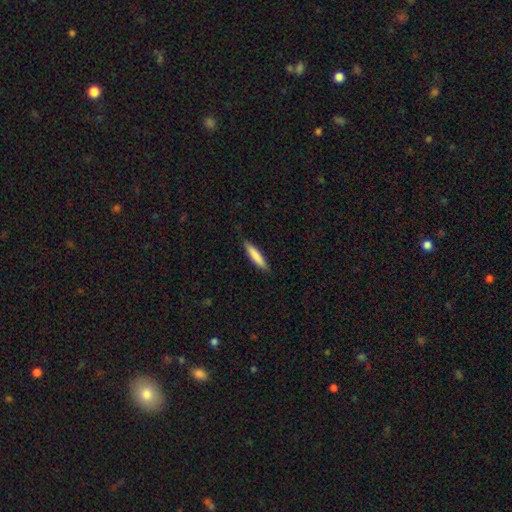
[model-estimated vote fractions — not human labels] A smooth galaxy with no disk features (84%) that is cigar-shaped (82%).

Vote fractions:
- Smooth or featured? smooth: 84% / featured or disk: 11% / star or artifact: 5%
- How rounded? cigar-shaped: 82% / in between: 17% / round: 1%
- Merging? none: 86% / minor disturbance: 11% / major disturbance: 2% / merger: 1%